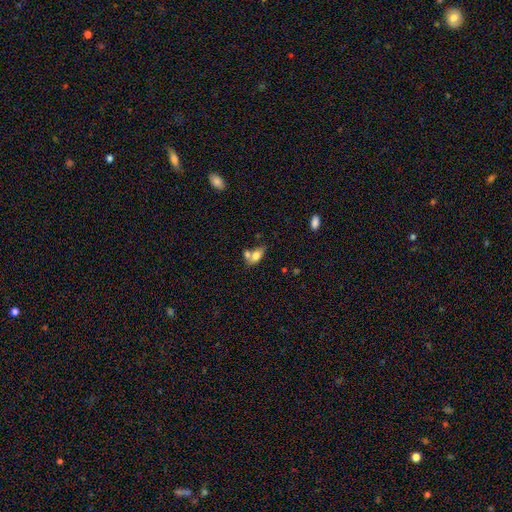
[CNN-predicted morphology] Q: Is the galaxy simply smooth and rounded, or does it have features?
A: smooth — 71%.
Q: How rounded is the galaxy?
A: in between — 83%.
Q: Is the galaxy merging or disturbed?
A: merger — 49%.